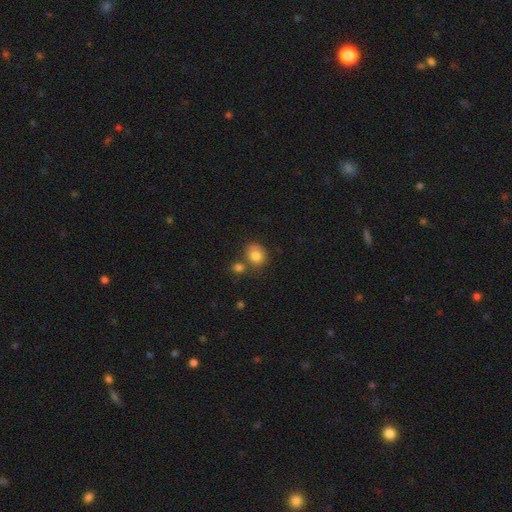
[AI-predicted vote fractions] Morphology: type=smooth (81%); roundness=round (60%); merging=none (54%).